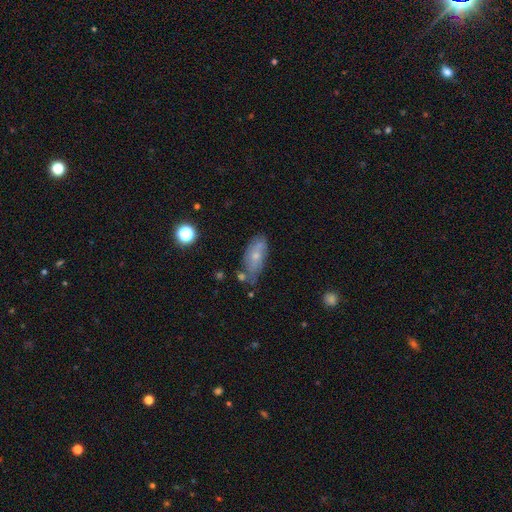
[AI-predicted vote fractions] Smooth or featured? smooth (49%)
Merging? none (56%)